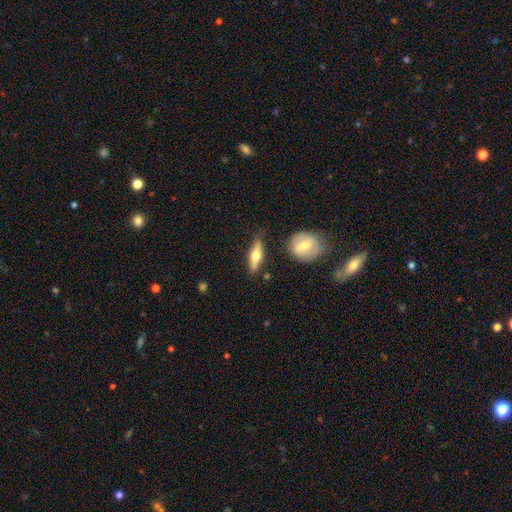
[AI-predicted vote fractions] Smooth or featured: featured or disk — 52% (smooth — 42%)
Edge-on disk: yes — 90% (no — 10%)
Merging: none — 78% (minor disturbance — 14%)